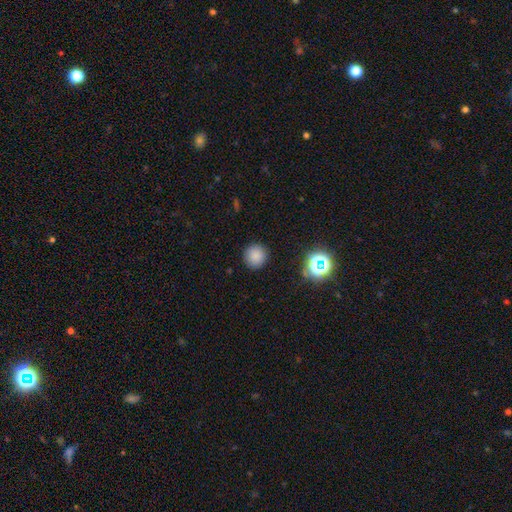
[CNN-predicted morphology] The model was most divided on "smooth or featured": smooth: 82%, star or artifact: 14%, featured or disk: 4%. More confident: how rounded — round (93%); merging — none (90%).